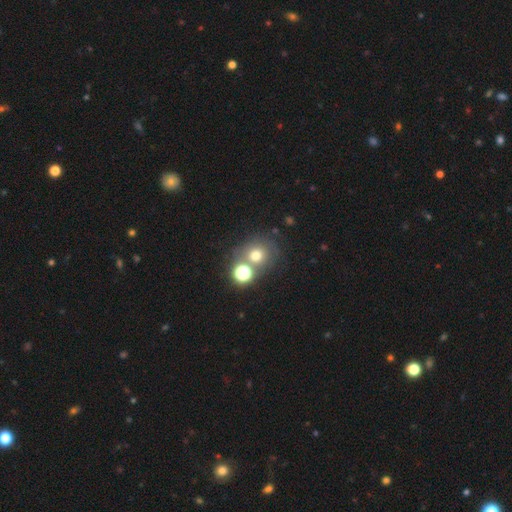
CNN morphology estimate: Smooth or featured? Predicted: smooth (p=0.67). How rounded? Predicted: round (p=0.85). Merging? Predicted: none (p=0.58).